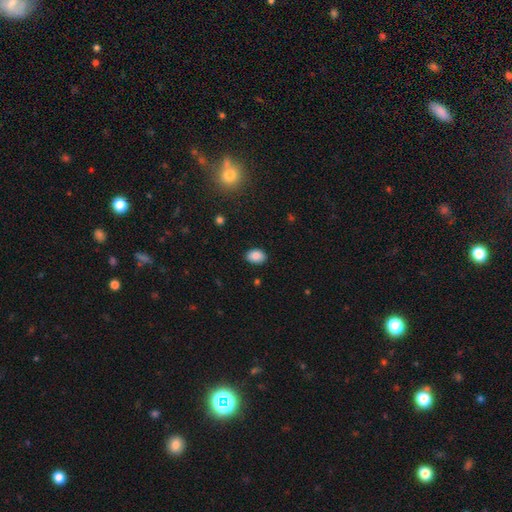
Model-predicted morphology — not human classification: Smooth or featured?
  - smooth: 87% *
  - star or artifact: 9%
  - featured or disk: 5%
How rounded?
  - in between: 79% *
  - round: 20%
  - cigar-shaped: 1%
Merging?
  - none: 87% *
  - minor disturbance: 10%
  - major disturbance: 2%
  - merger: 1%